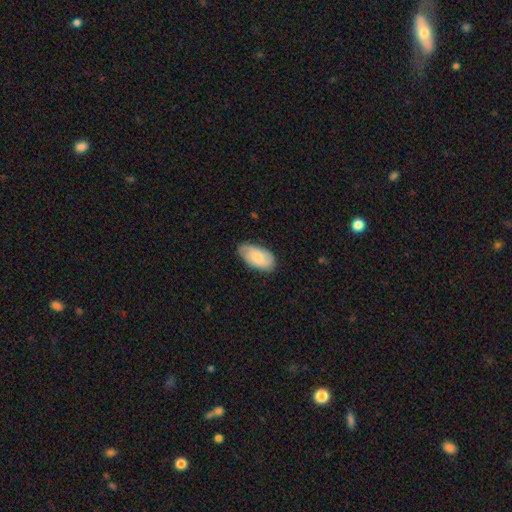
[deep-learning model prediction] Q: Smooth or featured?
A: smooth (62%); runner-up: featured or disk (32%)
Q: How rounded?
A: in between (95%); runner-up: round (3%)
Q: Merging?
A: none (73%); runner-up: minor disturbance (22%)